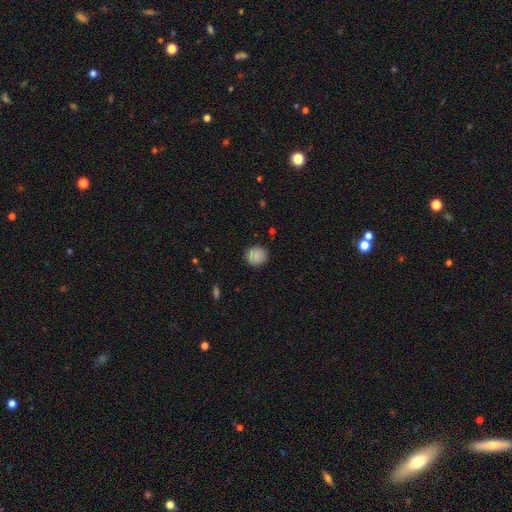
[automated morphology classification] smooth_or_featured: smooth (p=0.86) [alt: star or artifact p=0.08]
how_rounded: round (p=0.83) [alt: in between p=0.16]
merging: none (p=0.87) [alt: minor disturbance p=0.10]